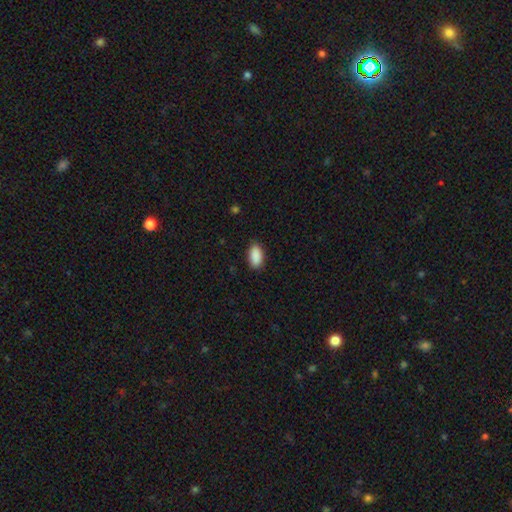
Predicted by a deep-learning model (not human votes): Smooth or featured? Predicted: smooth (p=0.90). How rounded? Predicted: in between (p=0.93). Merging? Predicted: none (p=0.87).